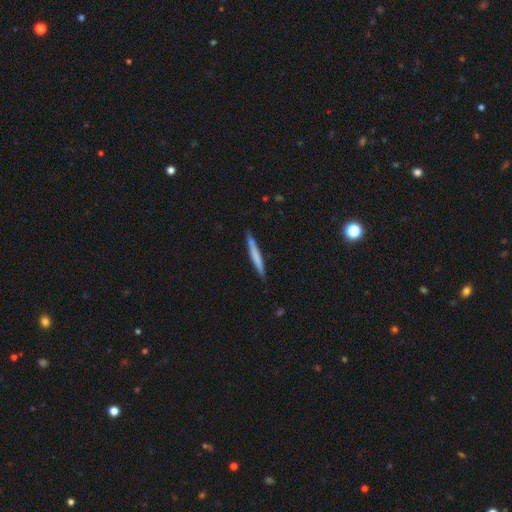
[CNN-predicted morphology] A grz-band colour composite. It shows a smooth galaxy with no disk features (63%) that is cigar-shaped (96%). Merging: none (86%).